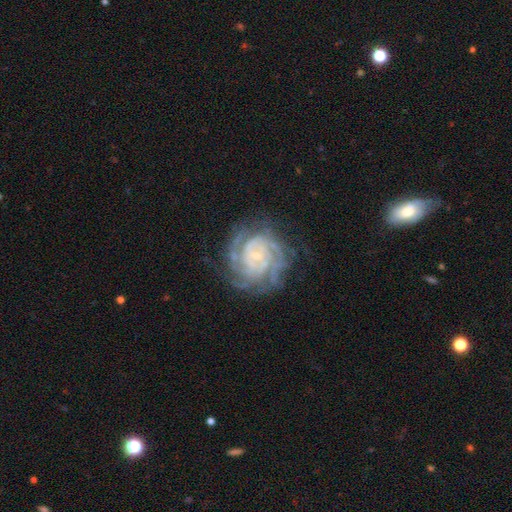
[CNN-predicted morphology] smooth_or_featured: featured or disk (p=0.87) [alt: star or artifact p=0.07]
disk_edge_on: no (p=0.98) [alt: yes p=0.02]
bar: no (p=0.65) [alt: weak p=0.26]
has_spiral_arms: yes (p=0.97) [alt: no p=0.03]
spiral_winding: tight (p=0.78) [alt: medium p=0.19]
spiral_arm_count: can't tell (p=0.25) [alt: 4 p=0.23]
bulge_size: small (p=0.79) [alt: moderate p=0.12]
merging: none (p=0.76) [alt: minor disturbance p=0.16]